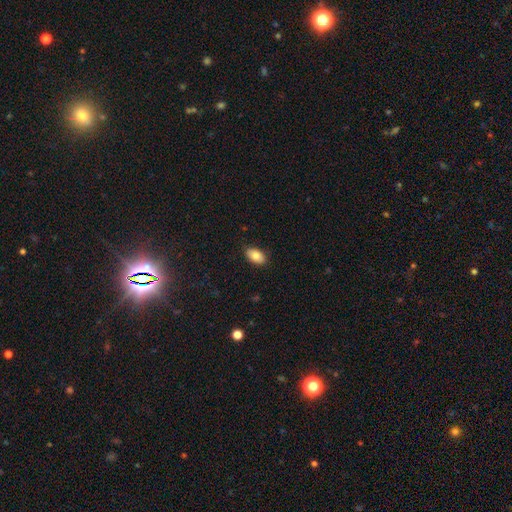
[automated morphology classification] Smooth or featured: smooth — 83% (featured or disk — 10%)
How rounded: in between — 93% (round — 5%)
Merging: none — 87% (minor disturbance — 10%)